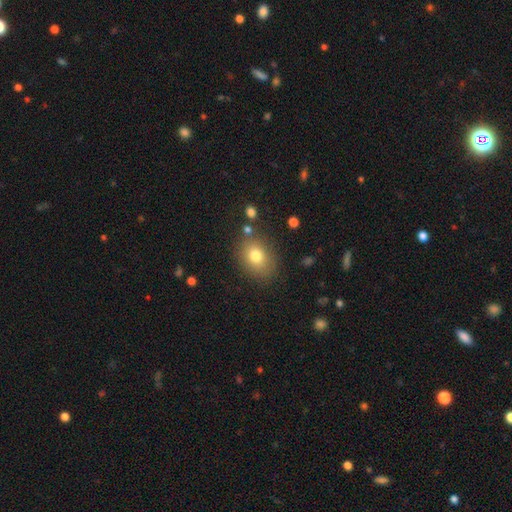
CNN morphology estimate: Smooth or featured? Predicted: smooth (p=0.77). How rounded? Predicted: in between (p=0.55). Merging? Predicted: none (p=0.80).